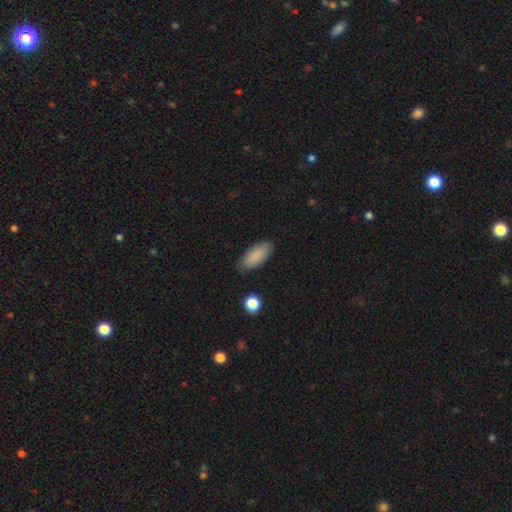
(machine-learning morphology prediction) smooth_or_featured: smooth (p=0.87) [alt: star or artifact p=0.07]
how_rounded: in between (p=0.85) [alt: cigar-shaped p=0.13]
merging: none (p=0.84) [alt: minor disturbance p=0.12]